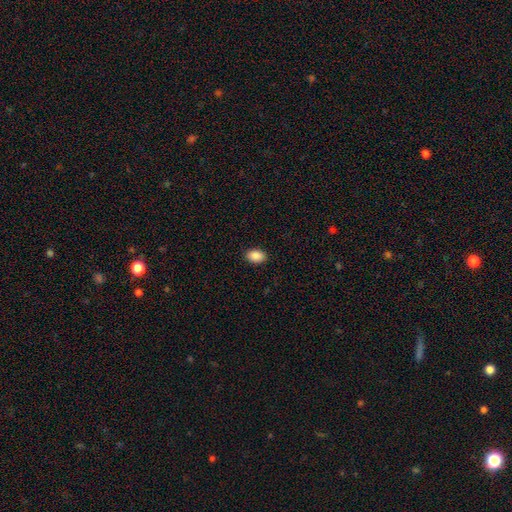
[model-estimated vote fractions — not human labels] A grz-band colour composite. It shows a smooth galaxy with no disk features (90%) that is in between round and cigar-shaped (86%). Merging: none (90%).